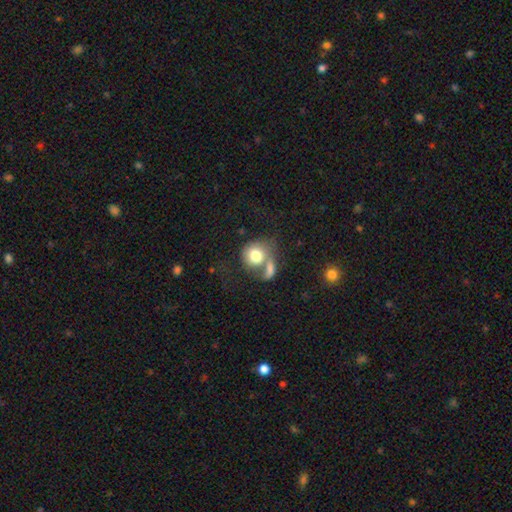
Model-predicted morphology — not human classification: Overall: smooth (73%). How rounded: round (75%). Merging: merger (47%; none 28%).